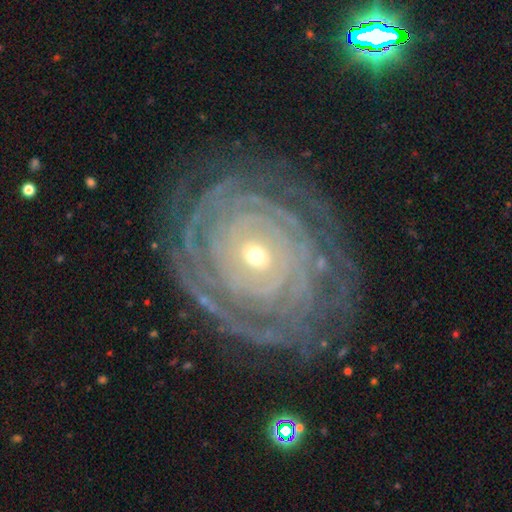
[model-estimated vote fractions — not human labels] This appears to be a featured or disk galaxy (87%) with no bar (76%), tight (89%) spiral arms (95%) and a small central bulge (69%). Merging: none (79%).